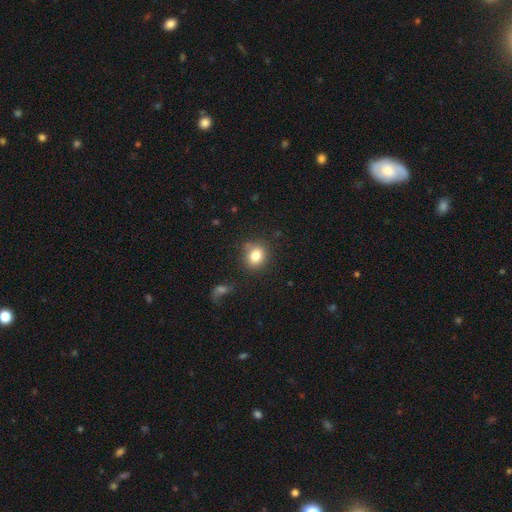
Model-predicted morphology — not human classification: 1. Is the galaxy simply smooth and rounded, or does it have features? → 82% smooth, 11% star or artifact, 8% featured or disk.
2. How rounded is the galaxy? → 70% round, 29% in between, 1% cigar-shaped.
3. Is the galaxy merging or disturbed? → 78% none, 14% minor disturbance, 5% major disturbance, 4% merger.